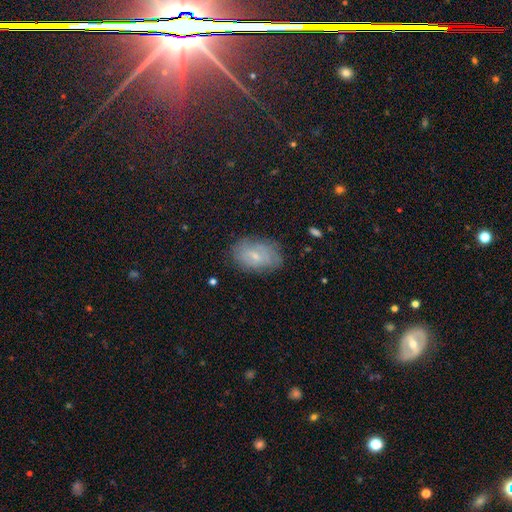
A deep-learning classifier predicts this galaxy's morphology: Smooth or featured?
  - smooth: 55% *
  - featured or disk: 33%
  - star or artifact: 12%
How rounded?
  - in between: 85% *
  - round: 13%
  - cigar-shaped: 2%
Merging?
  - none: 72% *
  - minor disturbance: 20%
  - major disturbance: 6%
  - merger: 2%